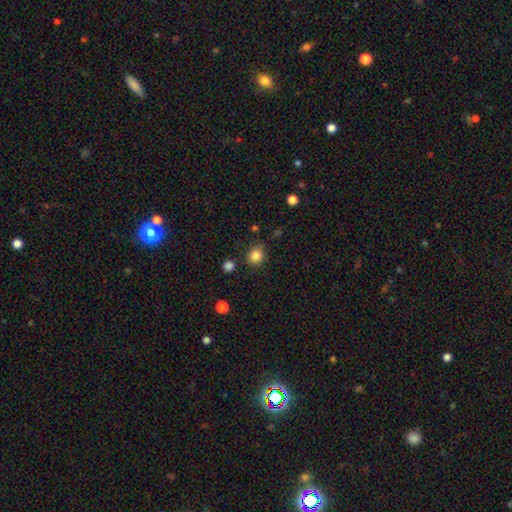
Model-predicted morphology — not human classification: A smooth galaxy with no disk features (85%) that is round (73%).

Vote fractions:
- Smooth or featured? smooth: 85% / star or artifact: 11% / featured or disk: 5%
- How rounded? round: 73% / in between: 27% / cigar-shaped: 1%
- Merging? none: 78% / minor disturbance: 15% / merger: 4% / major disturbance: 4%